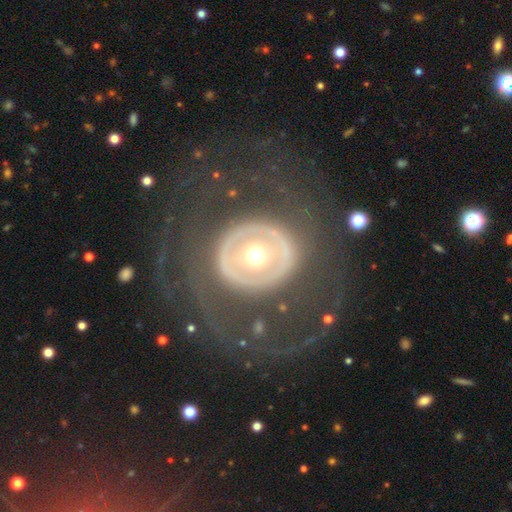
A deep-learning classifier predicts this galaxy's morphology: type=featured or disk (72%); edge-on=no (95%); bar=no (75%); spiral arms=no (70%); bulge=moderate (67%); merging=none (67%).